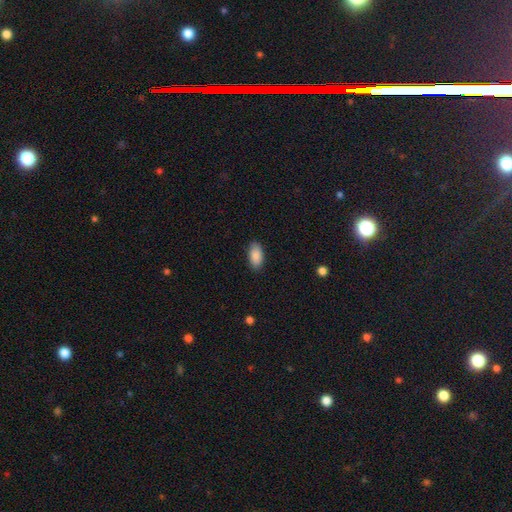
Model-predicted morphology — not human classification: Smooth or featured?
  - smooth: 88% *
  - star or artifact: 7%
  - featured or disk: 5%
How rounded?
  - in between: 93% *
  - cigar-shaped: 4%
  - round: 3%
Merging?
  - none: 87% *
  - minor disturbance: 9%
  - major disturbance: 2%
  - merger: 1%